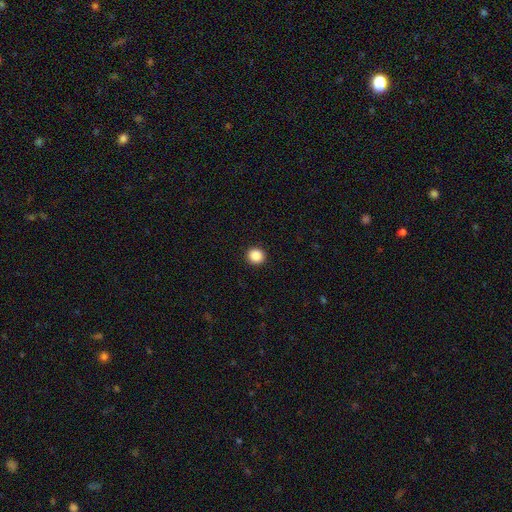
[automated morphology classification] Smooth or featured? Predicted: smooth (p=0.89). How rounded? Predicted: round (p=0.92). Merging? Predicted: none (p=0.93).